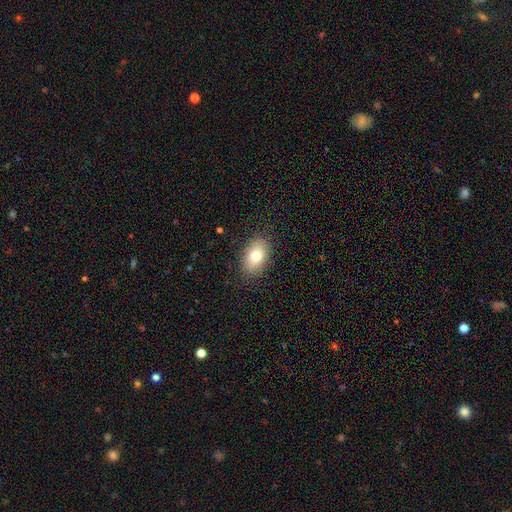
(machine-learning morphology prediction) The model was most divided on "smooth or featured": smooth: 76%, featured or disk: 15%, star or artifact: 9%. More confident: merging — none (86%); how rounded — in between (86%).